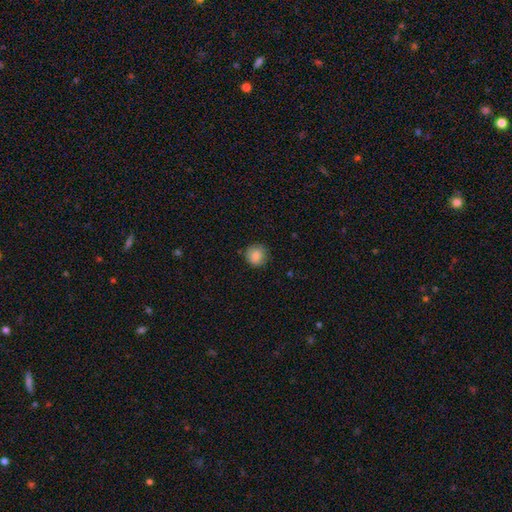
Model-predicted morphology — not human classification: A smooth galaxy with no disk features (86%) that is round (90%).

Vote fractions:
- Smooth or featured? smooth: 86% / star or artifact: 8% / featured or disk: 6%
- How rounded? round: 90% / in between: 9% / cigar-shaped: 1%
- Merging? none: 81% / minor disturbance: 14% / major disturbance: 3% / merger: 1%